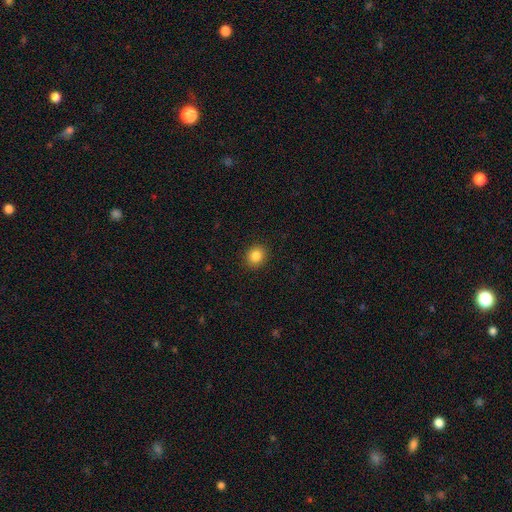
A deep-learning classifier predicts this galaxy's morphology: smooth-or-featured: smooth: 85% | star or artifact: 10% | featured or disk: 5%
  how-rounded: round: 74% | in between: 25% | cigar-shaped: 1%
  merging: none: 91% | minor disturbance: 6% | major disturbance: 2% | merger: 1%